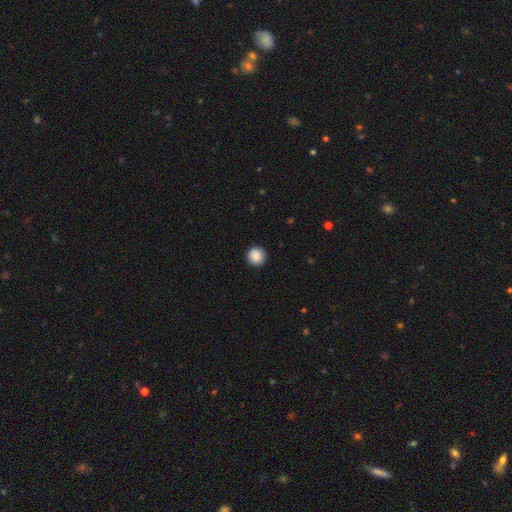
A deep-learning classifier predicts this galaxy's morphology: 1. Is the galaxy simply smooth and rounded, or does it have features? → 89% smooth, 8% star or artifact, 3% featured or disk.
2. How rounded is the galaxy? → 95% round, 4% in between, 1% cigar-shaped.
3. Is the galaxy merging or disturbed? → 92% none, 5% minor disturbance, 2% major disturbance, 1% merger.